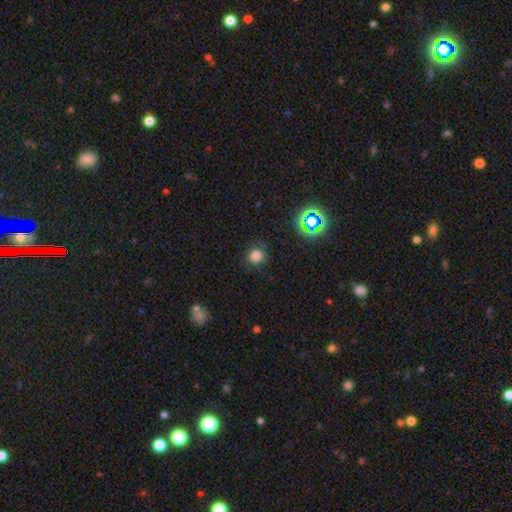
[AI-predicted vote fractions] smooth_or_featured: smooth (p=0.77) [alt: star or artifact p=0.18]
how_rounded: round (p=0.85) [alt: in between p=0.14]
merging: none (p=0.79) [alt: minor disturbance p=0.14]